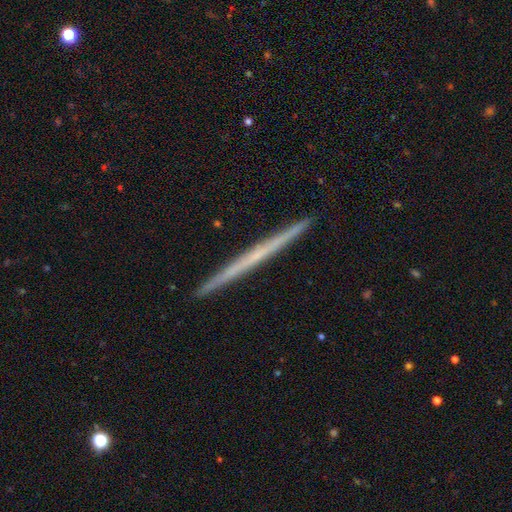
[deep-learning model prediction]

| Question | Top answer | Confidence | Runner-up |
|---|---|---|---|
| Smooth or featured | featured or disk | 58% | smooth (36%) |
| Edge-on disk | yes | 98% | no (2%) |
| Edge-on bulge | none | 89% | rounded (8%) |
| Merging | none | 93% | minor disturbance (5%) |